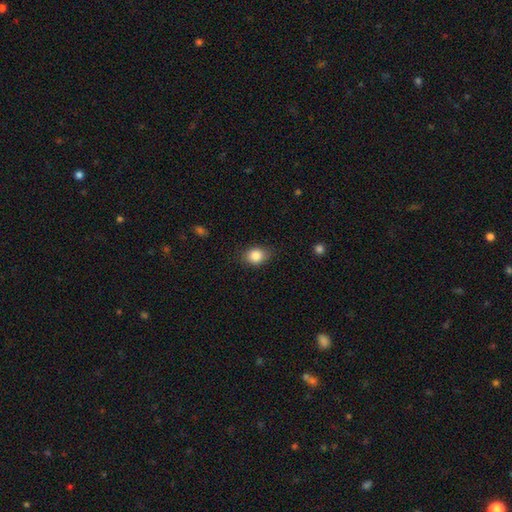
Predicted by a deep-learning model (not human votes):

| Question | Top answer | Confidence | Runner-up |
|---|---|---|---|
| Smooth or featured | smooth | 85% | star or artifact (9%) |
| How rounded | round | 51% | in between (48%) |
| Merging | none | 77% | minor disturbance (18%) |